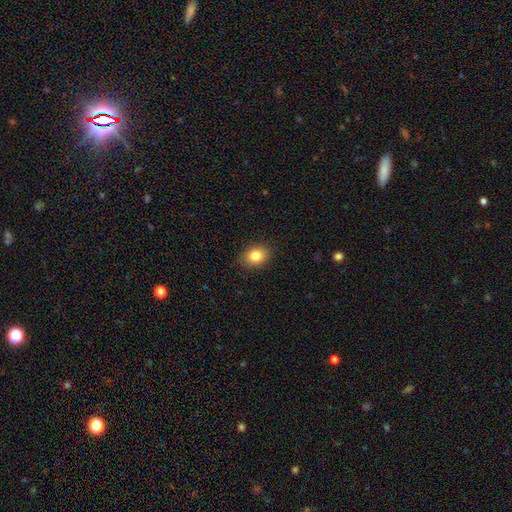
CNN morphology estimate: smooth_or_featured: smooth (p=0.84) [alt: star or artifact p=0.09]
how_rounded: in between (p=0.65) [alt: round p=0.34]
merging: none (p=0.88) [alt: minor disturbance p=0.09]